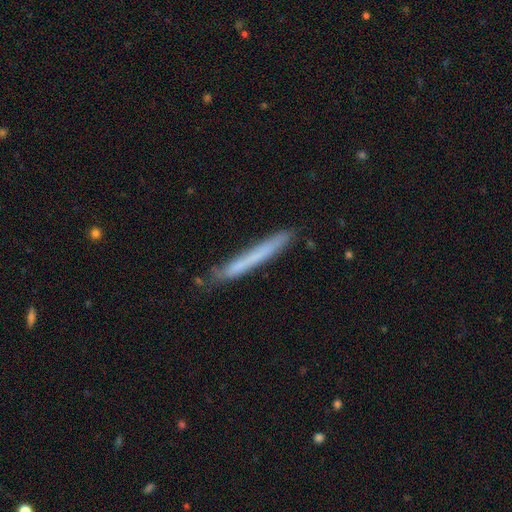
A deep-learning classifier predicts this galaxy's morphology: This appears to be a smooth galaxy with no disk features (60%) that is cigar-shaped (97%). Merging: none (77%).